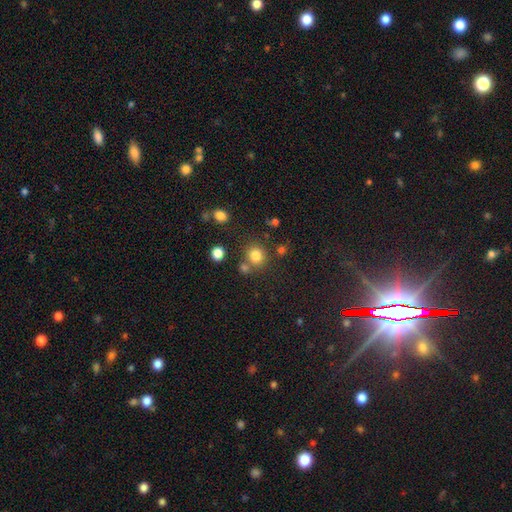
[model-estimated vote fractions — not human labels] smooth_or_featured: smooth (p=0.79) [alt: star or artifact p=0.14]
how_rounded: round (p=0.86) [alt: in between p=0.13]
merging: none (p=0.72) [alt: merger p=0.15]